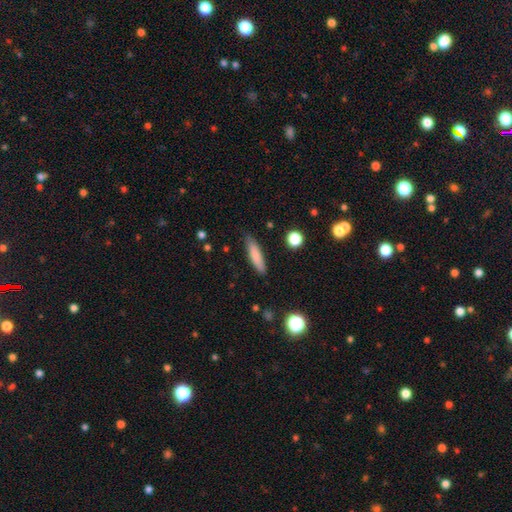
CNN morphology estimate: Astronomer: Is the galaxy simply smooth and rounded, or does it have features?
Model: smooth — 80%.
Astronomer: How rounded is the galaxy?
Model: cigar-shaped — 77%.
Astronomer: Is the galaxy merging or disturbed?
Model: none — 84%.